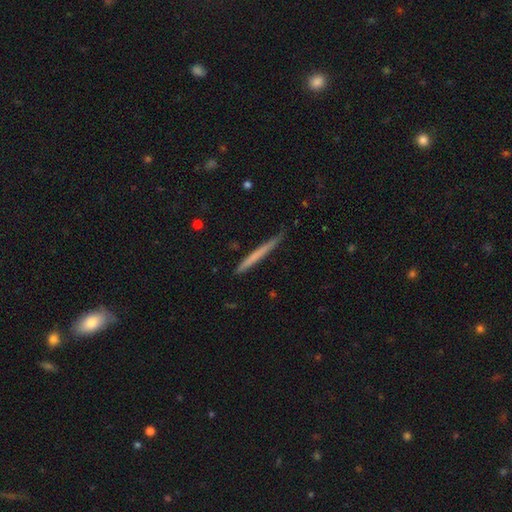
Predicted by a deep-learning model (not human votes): Q: Smooth or featured?
A: smooth (59%); runner-up: featured or disk (35%)
Q: How rounded?
A: cigar-shaped (97%); runner-up: in between (2%)
Q: Merging?
A: none (82%); runner-up: minor disturbance (15%)